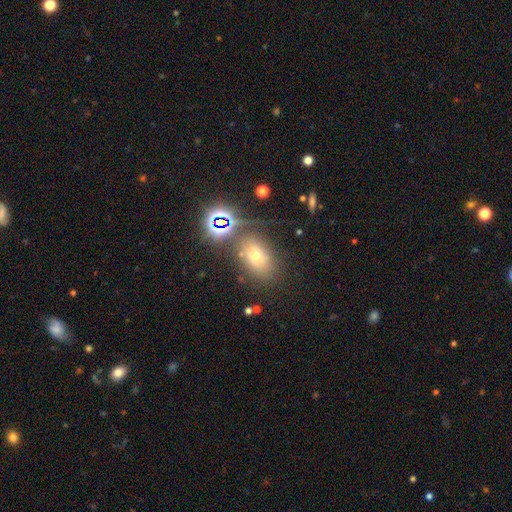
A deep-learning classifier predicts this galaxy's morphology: Q: Smooth or featured?
A: smooth (56%); runner-up: star or artifact (27%)
Q: How rounded?
A: in between (80%); runner-up: round (17%)
Q: Merging?
A: none (70%); runner-up: minor disturbance (15%)